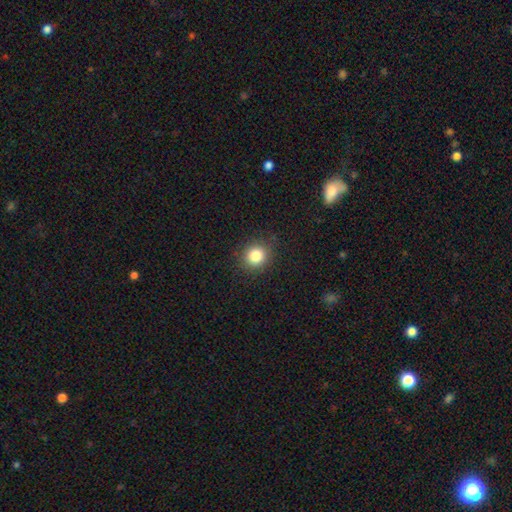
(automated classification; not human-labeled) Smooth or featured? Predicted: smooth (p=0.83). How rounded? Predicted: round (p=0.85). Merging? Predicted: none (p=0.88).